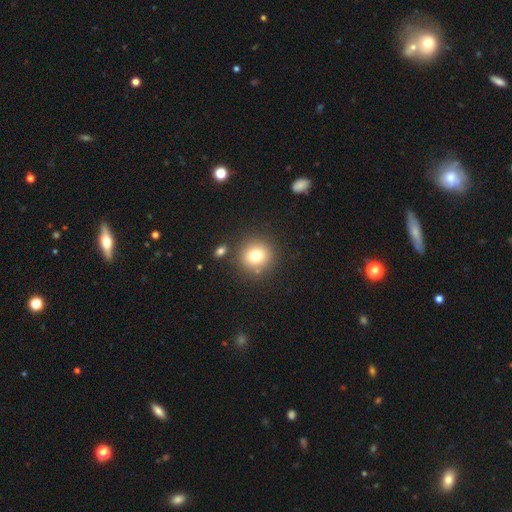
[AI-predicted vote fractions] Morphology: type=smooth (77%); roundness=round (90%); merging=none (84%).